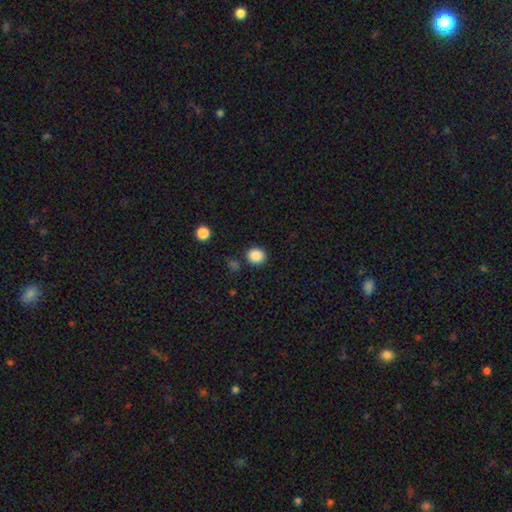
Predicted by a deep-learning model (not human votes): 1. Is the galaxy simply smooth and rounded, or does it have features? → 87% smooth, 10% star or artifact, 3% featured or disk.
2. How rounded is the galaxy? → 85% round, 14% in between, 1% cigar-shaped.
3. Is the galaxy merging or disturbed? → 86% none, 7% minor disturbance, 4% merger, 3% major disturbance.